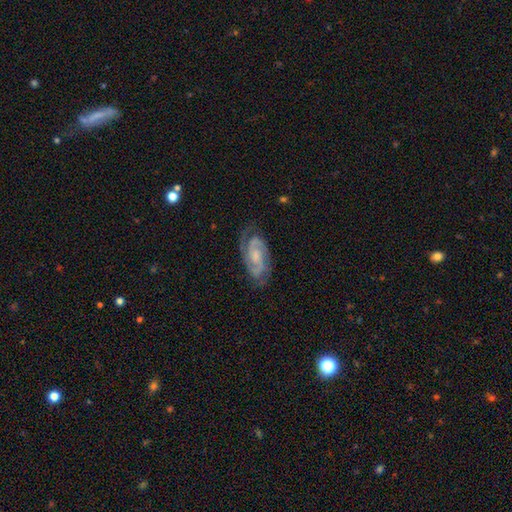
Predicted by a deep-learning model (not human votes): Smooth or featured? Predicted: featured or disk (p=0.88). Edge-on disk? Predicted: no (p=0.96). Bar? Predicted: no (p=0.53). Spiral arms? Predicted: yes (p=0.98). Spiral winding? Predicted: tight (p=0.52). Spiral arm count? Predicted: 2 (p=0.85). Bulge size? Predicted: small (p=0.45). Merging? Predicted: none (p=0.77).